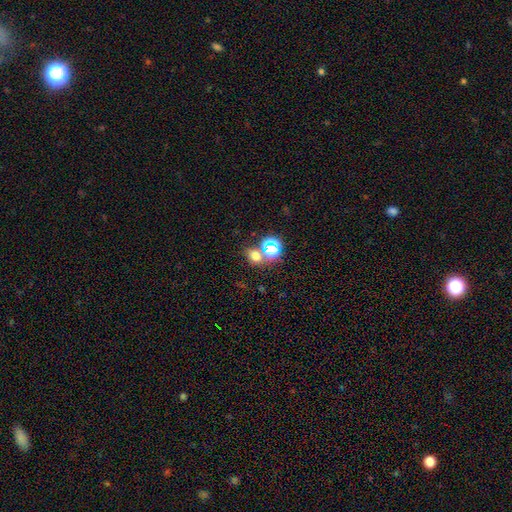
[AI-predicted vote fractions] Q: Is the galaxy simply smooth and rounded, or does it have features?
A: smooth — 63%.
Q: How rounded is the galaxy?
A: round — 60%.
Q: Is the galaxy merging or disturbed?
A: none — 59%.